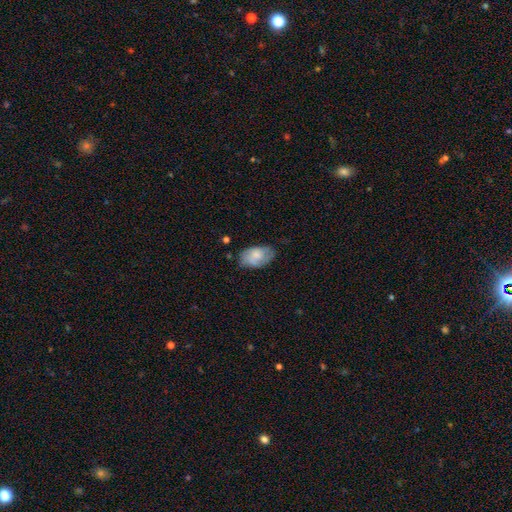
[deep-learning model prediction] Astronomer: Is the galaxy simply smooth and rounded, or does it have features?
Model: smooth — 65%.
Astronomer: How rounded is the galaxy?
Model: in between — 92%.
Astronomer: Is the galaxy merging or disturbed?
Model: none — 64%.